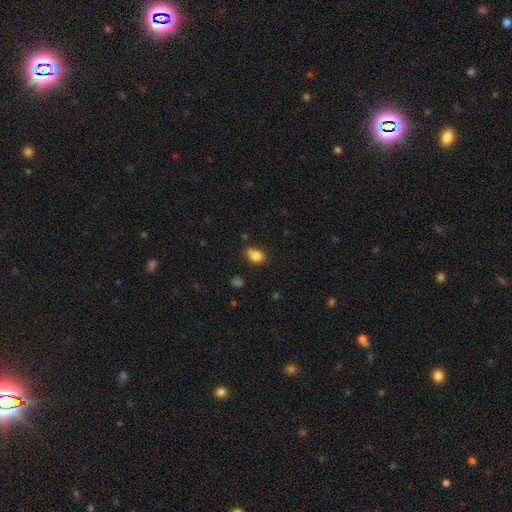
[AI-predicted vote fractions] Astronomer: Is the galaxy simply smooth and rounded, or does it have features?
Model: smooth — 82%.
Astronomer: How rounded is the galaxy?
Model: in between — 67%.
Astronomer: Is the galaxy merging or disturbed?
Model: none — 54%.